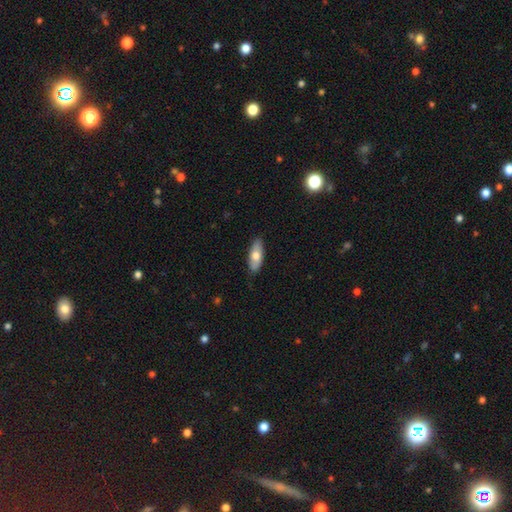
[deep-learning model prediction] The model was most divided on "smooth or featured": smooth: 69%, featured or disk: 25%, star or artifact: 6%. More confident: merging — none (85%); how rounded — in between (80%).